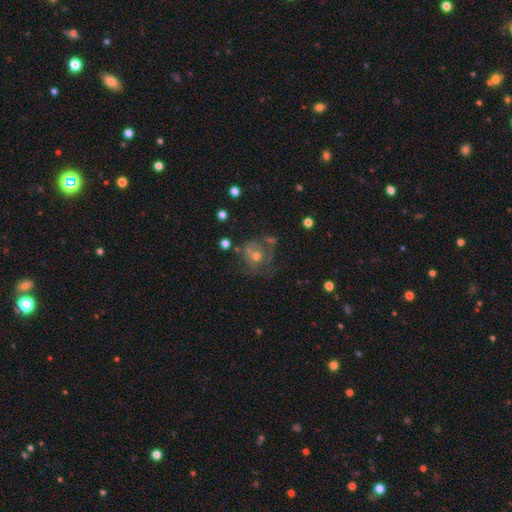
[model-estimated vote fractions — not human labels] This appears to be a featured or disk galaxy (48%). Merging: none (47%).